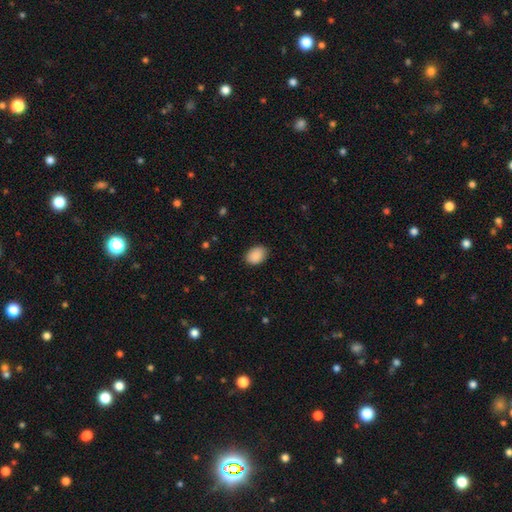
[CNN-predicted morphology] Smooth or featured? smooth (90%)
How rounded? in between (77%)
Merging? none (86%)